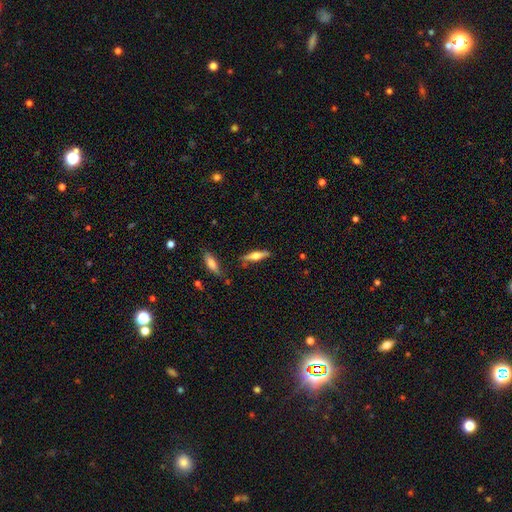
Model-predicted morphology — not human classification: A featured or disk galaxy (50%). Merging: none (79%).